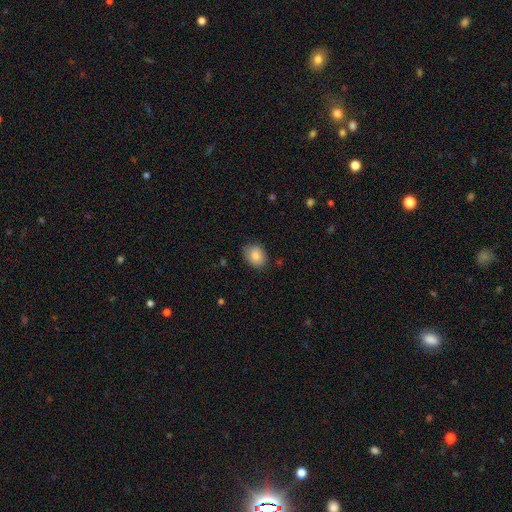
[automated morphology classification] Smooth or featured?
  - smooth: 85% *
  - featured or disk: 8%
  - star or artifact: 8%
How rounded?
  - in between: 62% *
  - round: 37%
  - cigar-shaped: 1%
Merging?
  - none: 81% *
  - minor disturbance: 15%
  - major disturbance: 3%
  - merger: 1%